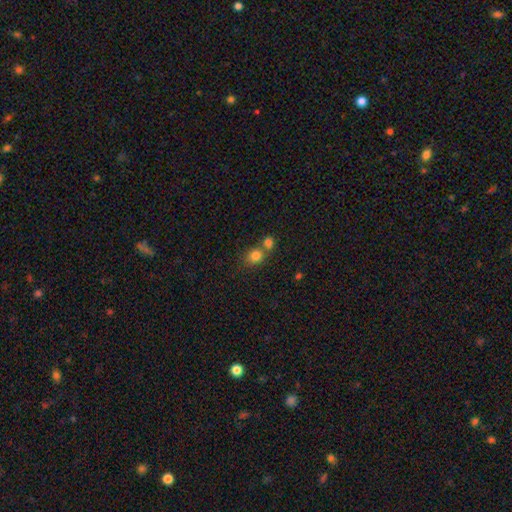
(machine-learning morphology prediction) Smooth or featured? Predicted: smooth (p=0.81). How rounded? Predicted: round (p=0.72). Merging? Predicted: none (p=0.45).